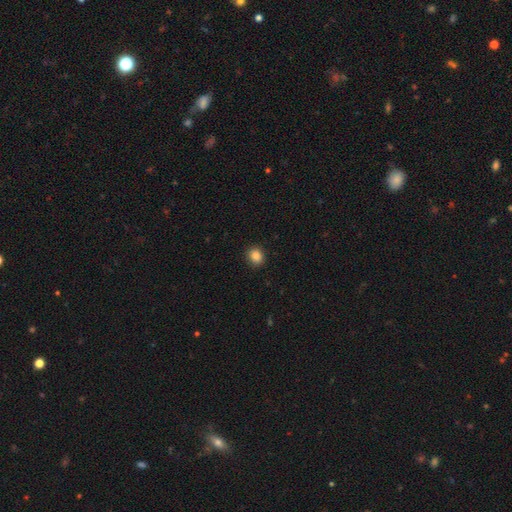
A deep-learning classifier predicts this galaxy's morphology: Smooth or featured?
  - smooth: 86% *
  - star or artifact: 10%
  - featured or disk: 4%
How rounded?
  - round: 71% *
  - in between: 28%
  - cigar-shaped: 1%
Merging?
  - none: 90% *
  - minor disturbance: 7%
  - major disturbance: 2%
  - merger: 1%